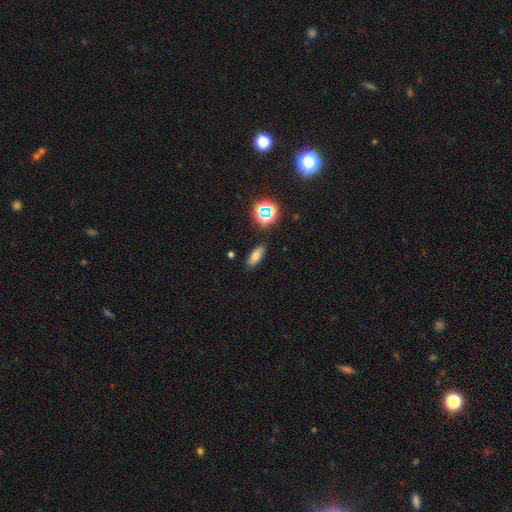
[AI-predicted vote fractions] Smooth or featured: smooth — 73% (star or artifact — 16%)
How rounded: in between — 75% (cigar-shaped — 18%)
Merging: none — 82% (minor disturbance — 13%)